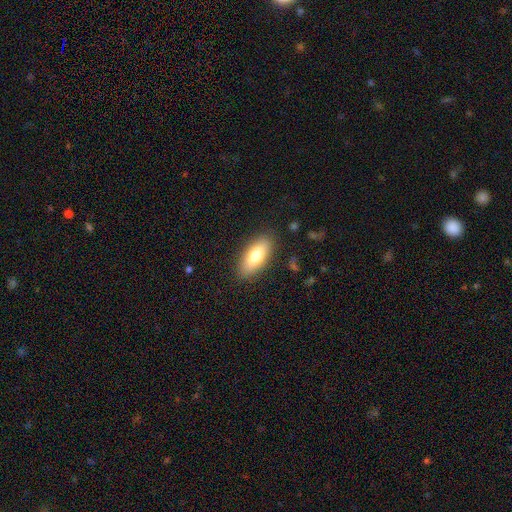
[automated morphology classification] smooth_or_featured: smooth (p=0.77) [alt: featured or disk p=0.17]
how_rounded: in between (p=0.82) [alt: cigar-shaped p=0.15]
merging: none (p=0.86) [alt: minor disturbance p=0.10]